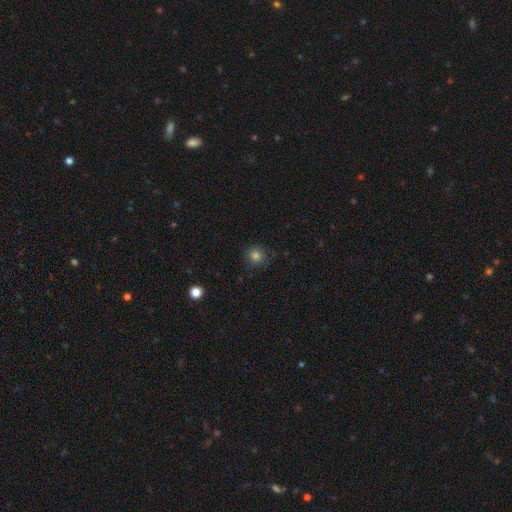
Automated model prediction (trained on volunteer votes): smooth 81%, star or artifact 13%, featured or disk 5%. Down the decision tree: how rounded — round (92%); merging — none (86%).